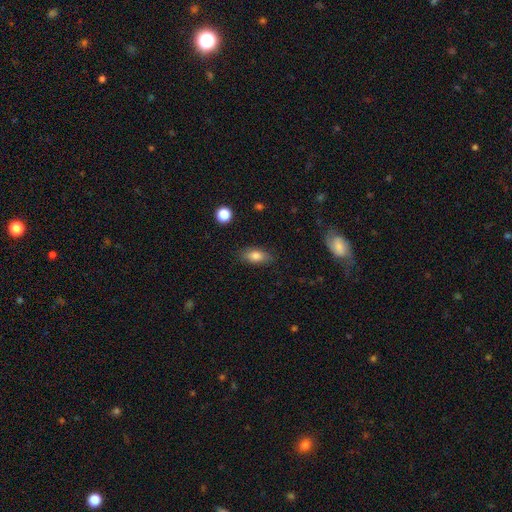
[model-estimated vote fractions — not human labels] Smooth or featured?
  - smooth: 80% *
  - featured or disk: 11%
  - star or artifact: 8%
How rounded?
  - in between: 83% *
  - cigar-shaped: 12%
  - round: 5%
Merging?
  - none: 84% *
  - minor disturbance: 12%
  - major disturbance: 3%
  - merger: 1%